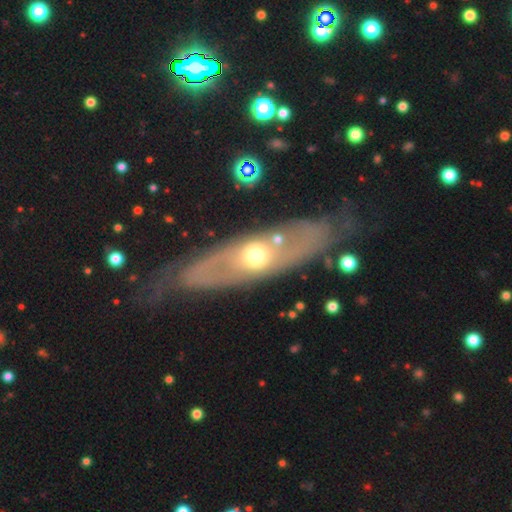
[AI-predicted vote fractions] Morphology: type=featured or disk (64%); edge-on=no (66%); merging=none (78%).